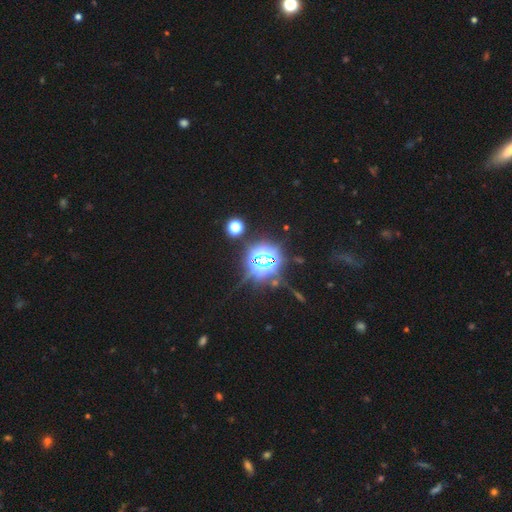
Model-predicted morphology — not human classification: Smooth or featured: star or artifact — 70% (smooth — 18%)